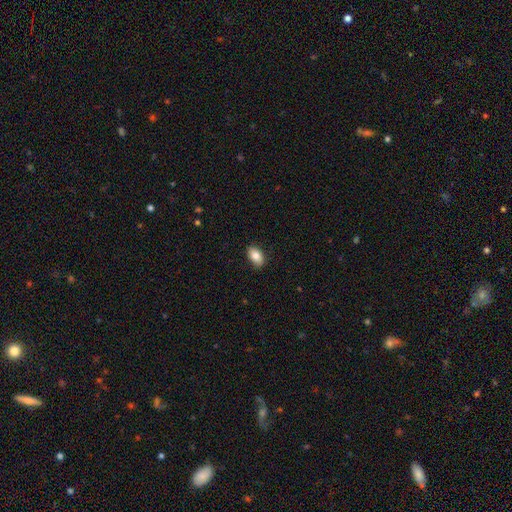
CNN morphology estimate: Smooth or featured? Predicted: smooth (p=0.82). How rounded? Predicted: in between (p=0.91). Merging? Predicted: none (p=0.83).